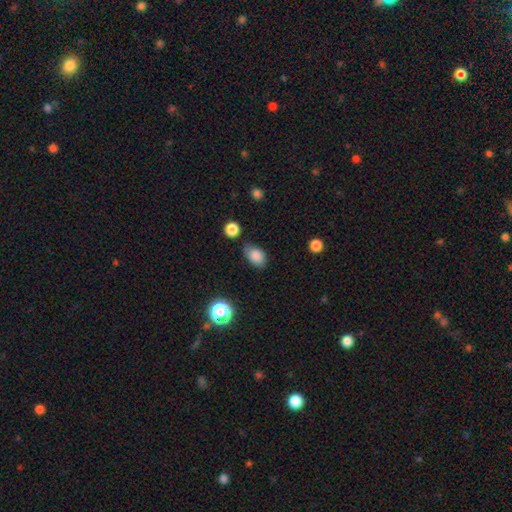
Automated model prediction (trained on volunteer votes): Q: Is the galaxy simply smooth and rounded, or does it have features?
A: smooth — 84%.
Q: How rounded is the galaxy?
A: in between — 85%.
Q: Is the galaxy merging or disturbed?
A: none — 67%.